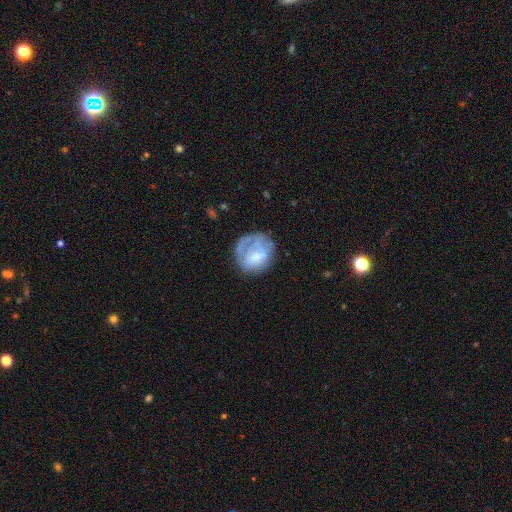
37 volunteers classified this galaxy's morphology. Smooth or featured? 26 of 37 (70%) said smooth. How rounded? 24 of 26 (92%) said round. Merging? 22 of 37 (59%) said none.